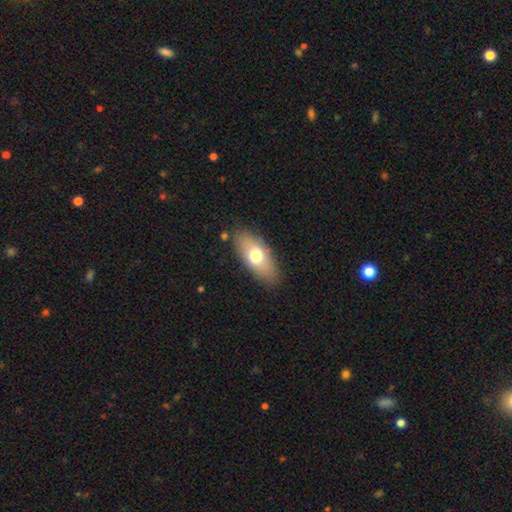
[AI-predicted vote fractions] Smooth or featured: smooth — 67% (featured or disk — 26%)
How rounded: in between — 83% (cigar-shaped — 12%)
Merging: none — 83% (minor disturbance — 12%)